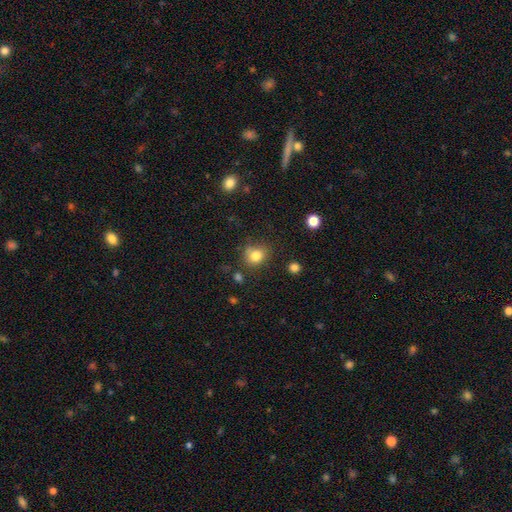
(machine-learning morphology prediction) A smooth galaxy with no disk features (82%) that is round (73%). Merging: none (73%).